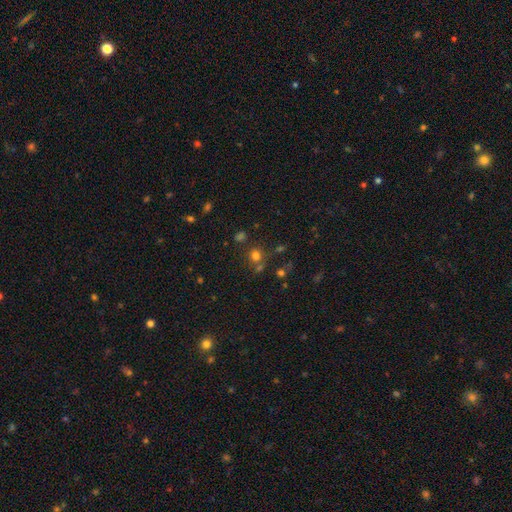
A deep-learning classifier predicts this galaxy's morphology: A smooth galaxy with no disk features (68%) that is round (87%). Merging: none (69%).